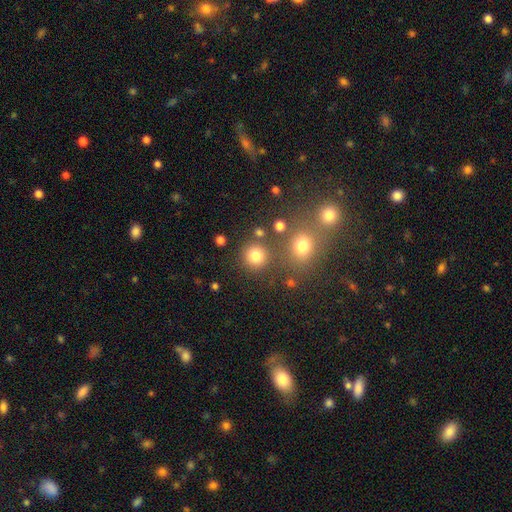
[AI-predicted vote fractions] Smooth or featured? Predicted: smooth (p=0.78). How rounded? Predicted: round (p=0.91). Merging? Predicted: none (p=0.79).